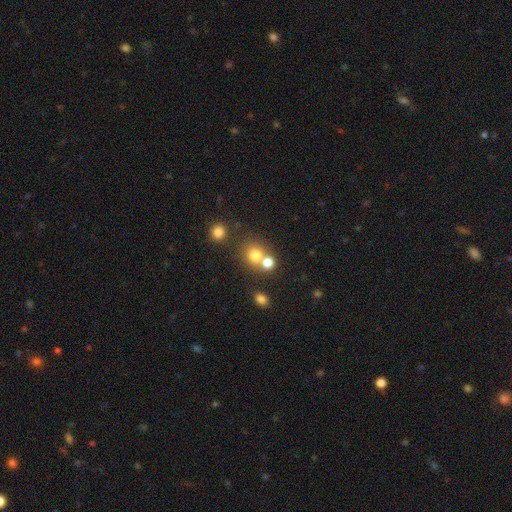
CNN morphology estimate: Q: Smooth or featured?
A: smooth (75%); runner-up: star or artifact (15%)
Q: How rounded?
A: round (83%); runner-up: in between (16%)
Q: Merging?
A: none (51%); runner-up: merger (38%)